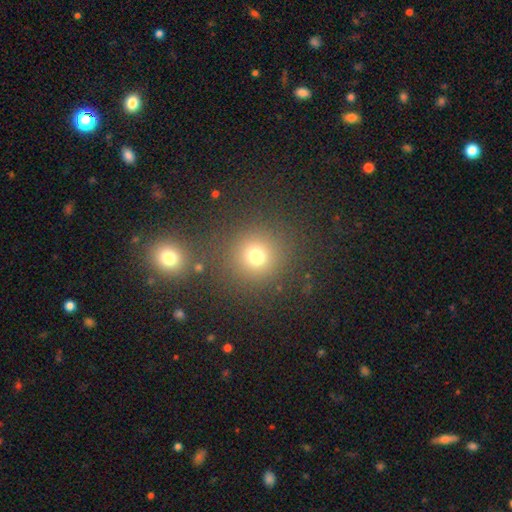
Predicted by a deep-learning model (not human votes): smooth-or-featured: smooth: 72% | star or artifact: 20% | featured or disk: 8%
  how-rounded: round: 91% | in between: 8% | cigar-shaped: 1%
  merging: none: 82% | minor disturbance: 8% | merger: 6% | major disturbance: 4%